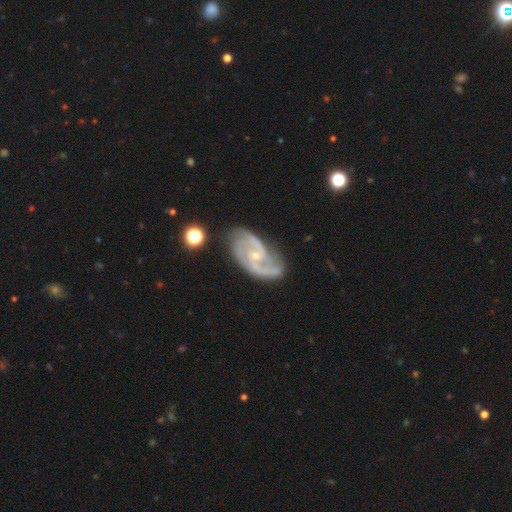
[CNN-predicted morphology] smooth_or_featured: featured or disk (p=0.90) [alt: smooth p=0.05]
disk_edge_on: no (p=0.97) [alt: yes p=0.03]
bar: no (p=0.45) [alt: weak p=0.44]
has_spiral_arms: yes (p=0.97) [alt: no p=0.03]
spiral_winding: medium (p=0.55) [alt: tight p=0.28]
spiral_arm_count: 2 (p=0.76) [alt: 3 p=0.10]
bulge_size: small (p=0.72) [alt: moderate p=0.23]
merging: none (p=0.67) [alt: minor disturbance p=0.22]